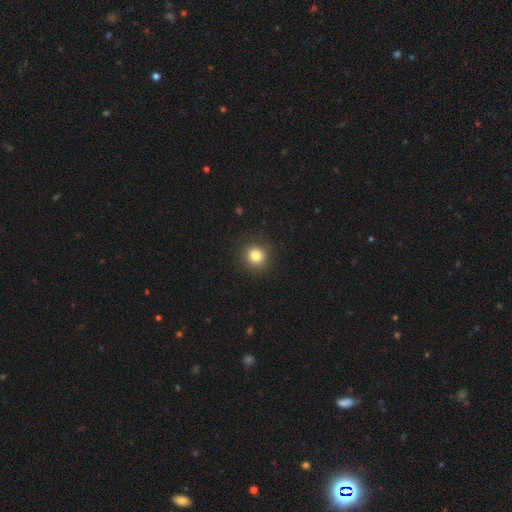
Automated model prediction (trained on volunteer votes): smooth-or-featured: smooth: 83% | star or artifact: 11% | featured or disk: 6%
  how-rounded: round: 90% | in between: 9% | cigar-shaped: 1%
  merging: none: 90% | minor disturbance: 7% | major disturbance: 3% | merger: 1%